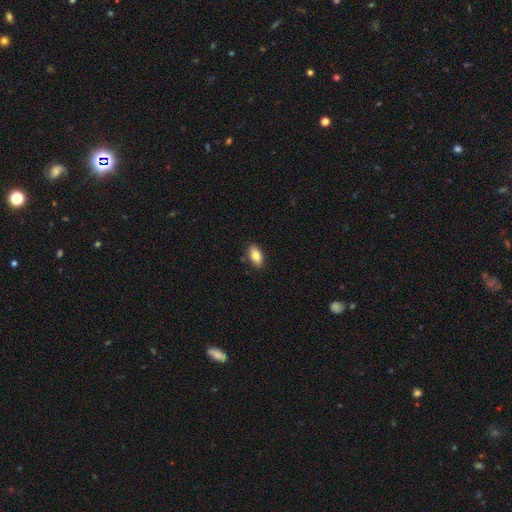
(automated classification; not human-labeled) This is clearly a smooth galaxy (81%). How rounded: clearly in between (91%). Merging: clearly none (87%).